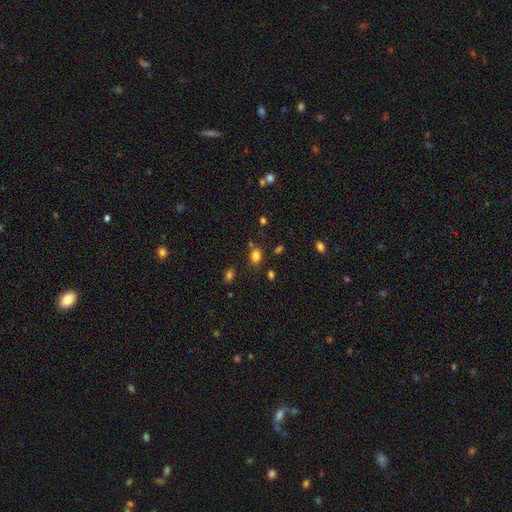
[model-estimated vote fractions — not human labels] smooth_or_featured: smooth (p=0.79) [alt: star or artifact p=0.15]
how_rounded: in between (p=0.67) [alt: round p=0.32]
merging: none (p=0.74) [alt: minor disturbance p=0.14]